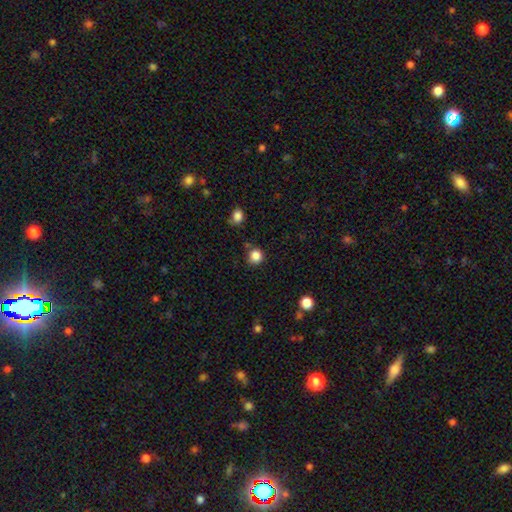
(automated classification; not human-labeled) Morphology: type=smooth (84%); roundness=round (91%); merging=none (80%).